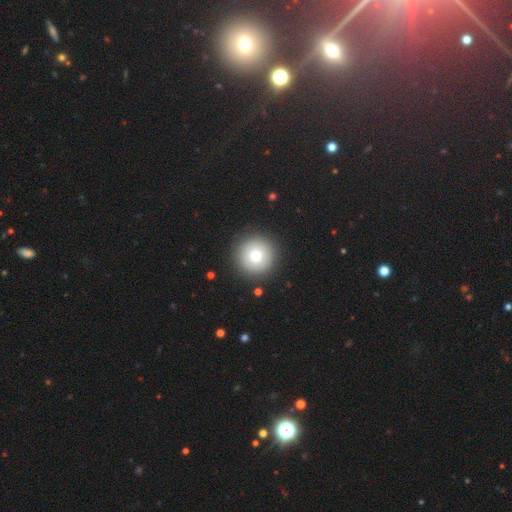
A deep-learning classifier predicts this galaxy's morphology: This appears to be a smooth galaxy with no disk features (74%) that is round (97%). Merging: none (91%).